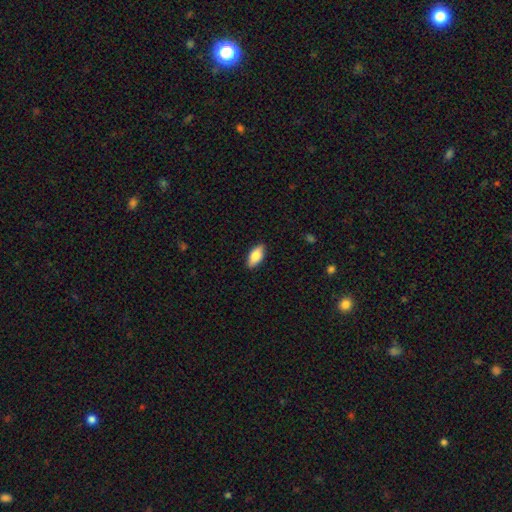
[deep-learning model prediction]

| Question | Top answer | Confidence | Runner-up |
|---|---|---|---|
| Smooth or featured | smooth | 78% | featured or disk (16%) |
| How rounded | in between | 86% | cigar-shaped (11%) |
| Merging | none | 89% | minor disturbance (9%) |